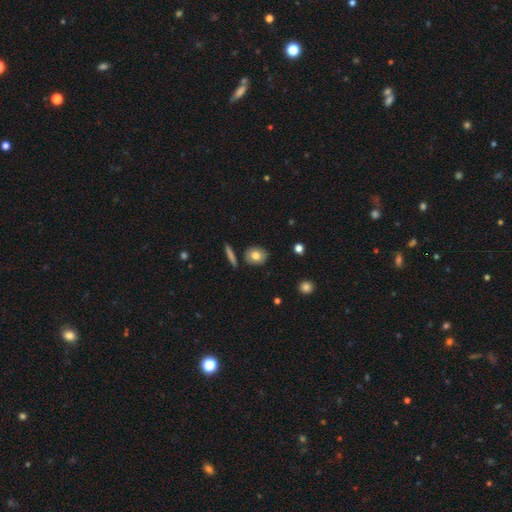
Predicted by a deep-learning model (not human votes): Smooth or featured: smooth — 78% (featured or disk — 14%)
How rounded: round — 61% (in between — 37%)
Merging: none — 84% (minor disturbance — 10%)